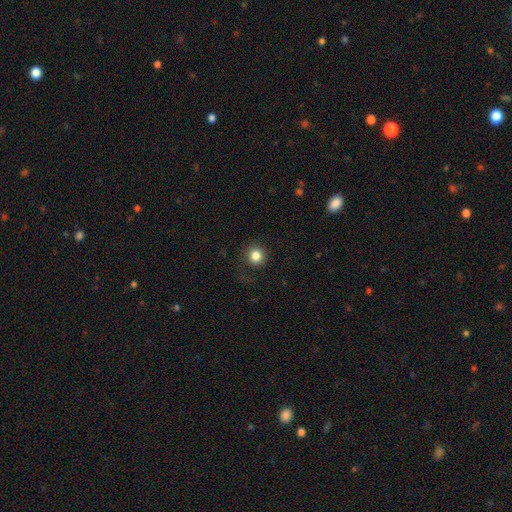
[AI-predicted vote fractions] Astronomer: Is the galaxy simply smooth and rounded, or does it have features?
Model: smooth — 83%.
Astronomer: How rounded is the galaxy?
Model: round — 91%.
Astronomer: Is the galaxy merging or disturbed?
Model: none — 85%.